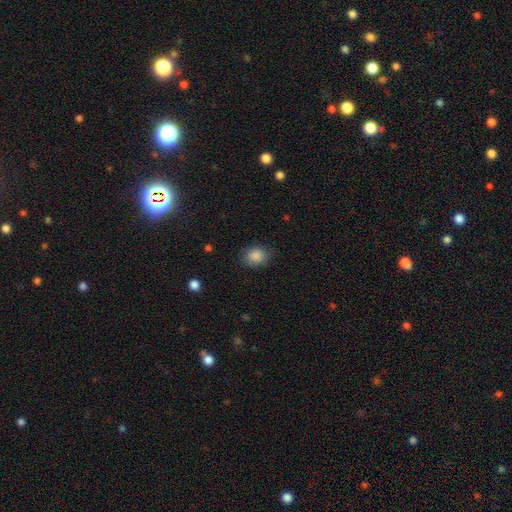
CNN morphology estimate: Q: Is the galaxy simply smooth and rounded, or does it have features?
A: smooth — 87%.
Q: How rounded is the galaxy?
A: round — 54%.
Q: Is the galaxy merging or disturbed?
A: none — 78%.